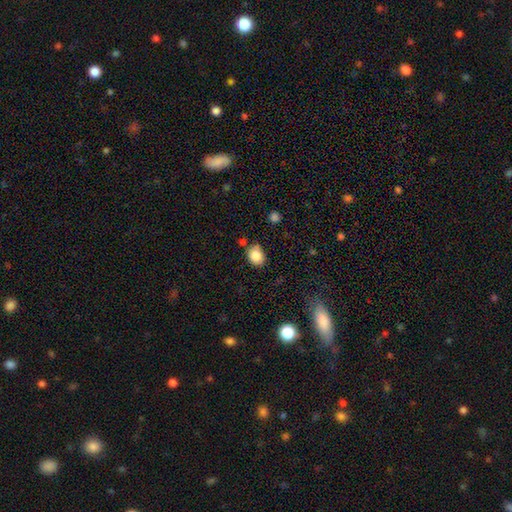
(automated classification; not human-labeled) This is clearly a smooth galaxy (84%). How rounded: possibly round (50%). Merging: likely none (71%).